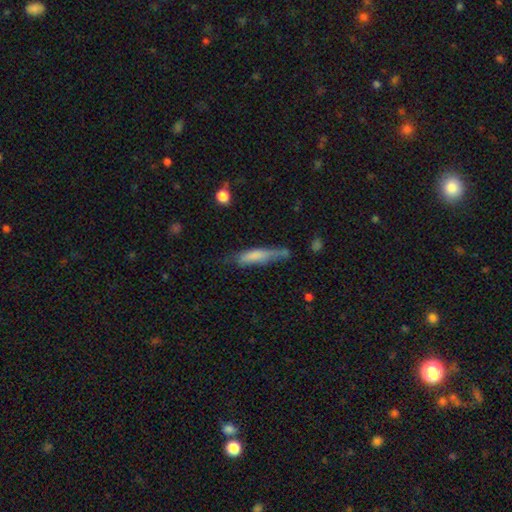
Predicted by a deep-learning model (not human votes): A smooth galaxy with no disk features (66%) that is cigar-shaped (81%).

Vote fractions:
- Smooth or featured? smooth: 66% / featured or disk: 27% / star or artifact: 7%
- How rounded? cigar-shaped: 81% / in between: 17% / round: 2%
- Merging? none: 45% / minor disturbance: 32% / major disturbance: 15% / merger: 7%